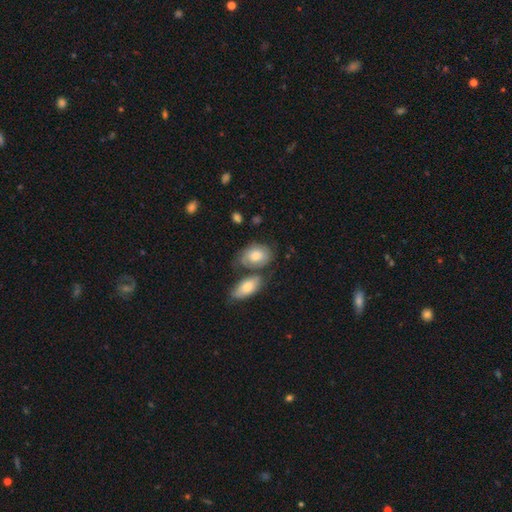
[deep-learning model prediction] Smooth or featured?
  - smooth: 56% *
  - featured or disk: 38%
  - star or artifact: 6%
How rounded?
  - in between: 78% *
  - round: 20%
  - cigar-shaped: 2%
Merging?
  - none: 40% *
  - merger: 30%
  - minor disturbance: 19%
  - major disturbance: 10%